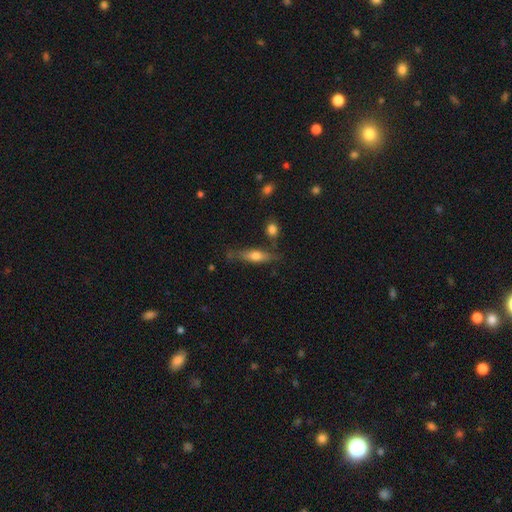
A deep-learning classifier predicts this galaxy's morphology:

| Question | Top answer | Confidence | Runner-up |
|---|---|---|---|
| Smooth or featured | smooth | 55% | featured or disk (38%) |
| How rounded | cigar-shaped | 62% | in between (35%) |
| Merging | none | 69% | minor disturbance (19%) |